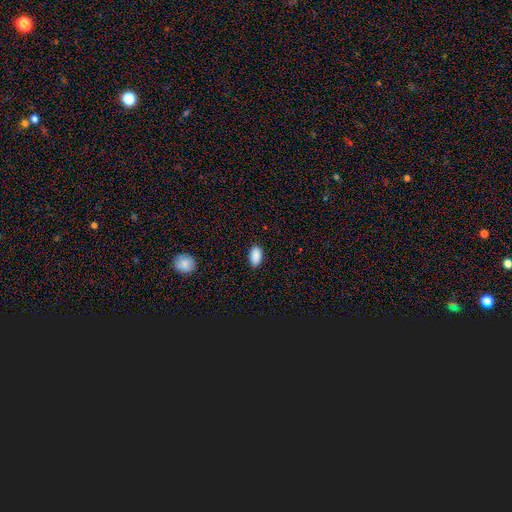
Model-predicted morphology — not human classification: This appears to be a smooth galaxy with no disk features (89%) that is in between round and cigar-shaped (93%). Merging: none (86%).